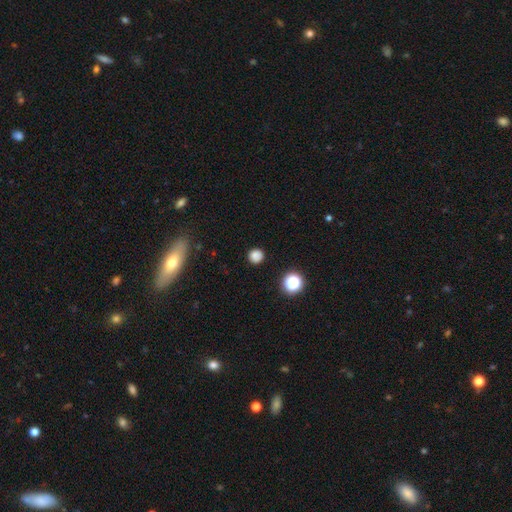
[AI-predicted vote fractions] Overall: smooth (80%). How rounded: round (92%). Merging: none (88%).